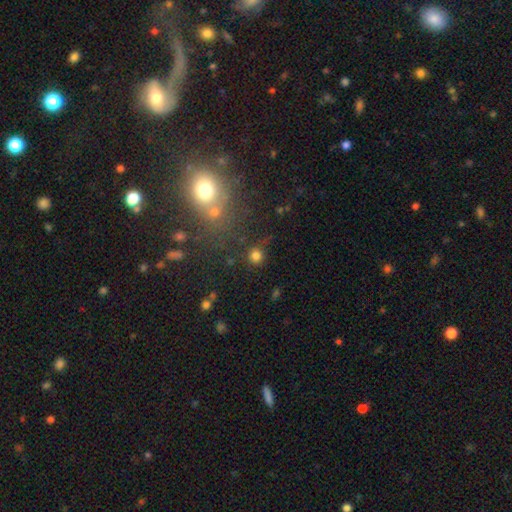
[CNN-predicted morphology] Overall: smooth (79%). How rounded: round (91%). Merging: none (81%).